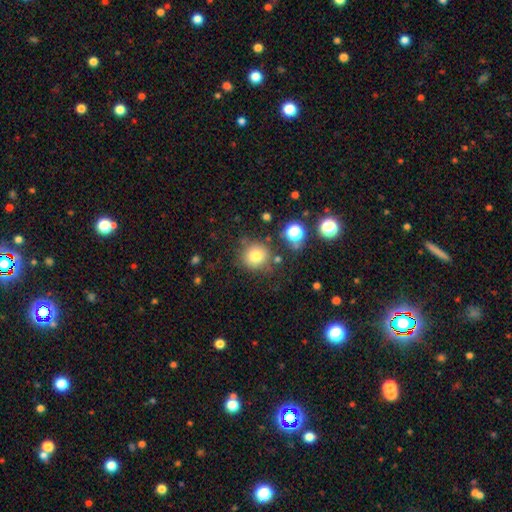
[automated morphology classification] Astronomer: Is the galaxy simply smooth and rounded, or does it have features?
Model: smooth — 78%.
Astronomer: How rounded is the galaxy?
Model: round — 89%.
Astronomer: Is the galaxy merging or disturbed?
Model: none — 76%.